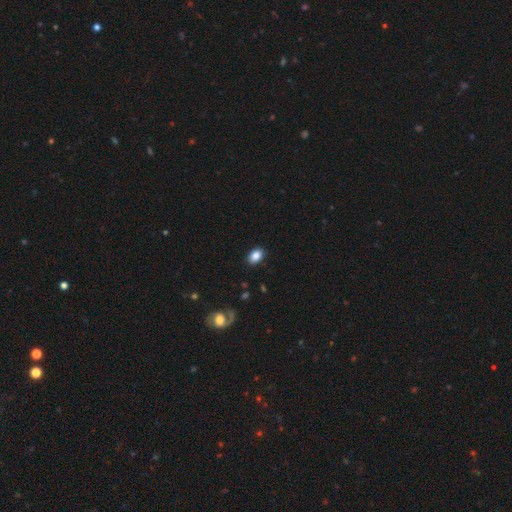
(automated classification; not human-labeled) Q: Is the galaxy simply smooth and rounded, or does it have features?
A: smooth — 86%.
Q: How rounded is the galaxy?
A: in between — 82%.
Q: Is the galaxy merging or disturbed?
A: none — 88%.